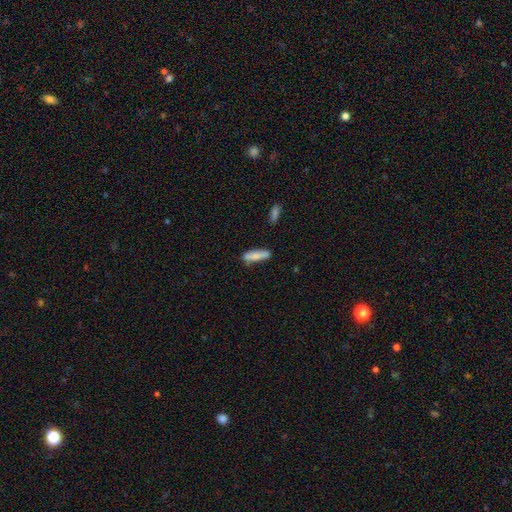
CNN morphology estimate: This is clearly a smooth galaxy (80%). How rounded: likely cigar-shaped (66%). Merging: likely none (79%).